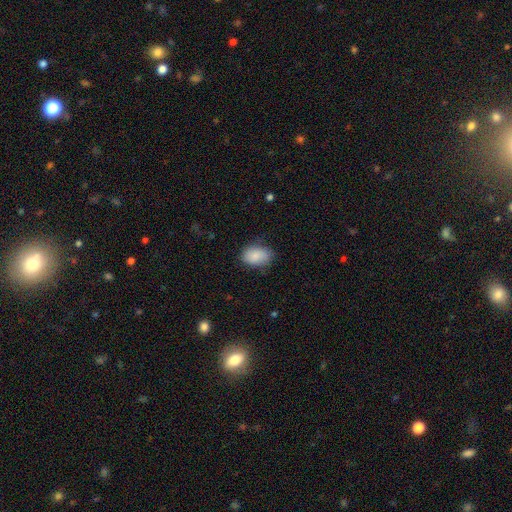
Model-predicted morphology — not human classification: A smooth galaxy with no disk features (87%) that is in between round and cigar-shaped (86%).

Vote fractions:
- Smooth or featured? smooth: 87% / star or artifact: 7% / featured or disk: 6%
- How rounded? in between: 86% / round: 13% / cigar-shaped: 1%
- Merging? none: 73% / minor disturbance: 21% / major disturbance: 5% / merger: 1%